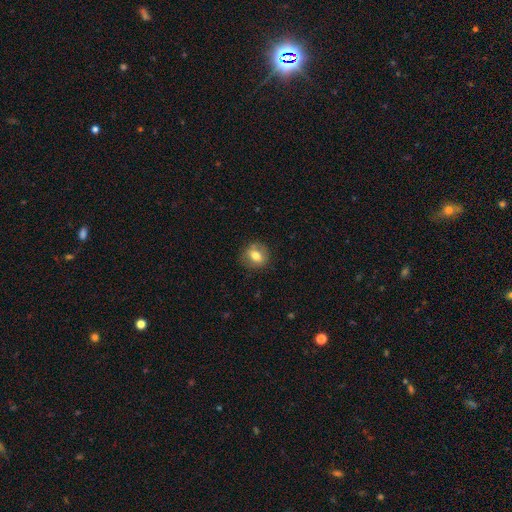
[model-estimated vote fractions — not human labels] Smooth or featured? smooth (69%)
How rounded? round (68%)
Merging? none (83%)